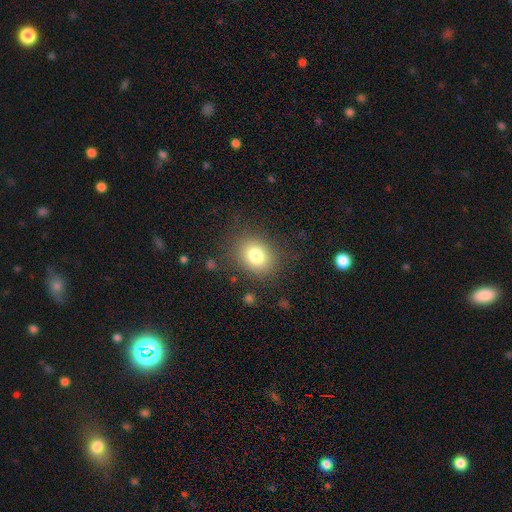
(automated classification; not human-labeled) Q: Smooth or featured?
A: smooth (79%); runner-up: star or artifact (12%)
Q: How rounded?
A: round (60%); runner-up: in between (40%)
Q: Merging?
A: none (81%); runner-up: minor disturbance (11%)